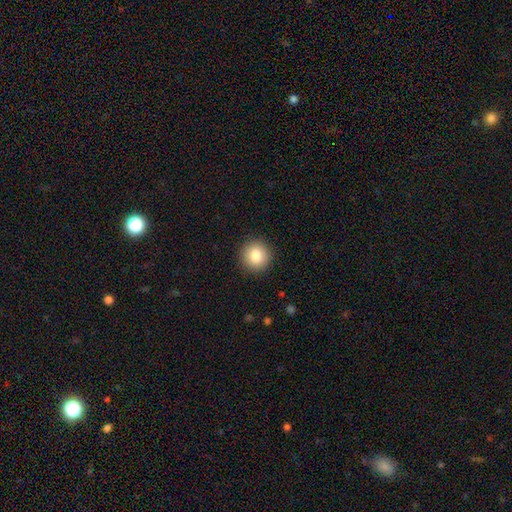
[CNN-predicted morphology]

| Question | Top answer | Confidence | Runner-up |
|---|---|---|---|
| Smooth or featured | smooth | 84% | star or artifact (9%) |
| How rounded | round | 93% | in between (6%) |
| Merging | none | 92% | minor disturbance (6%) |